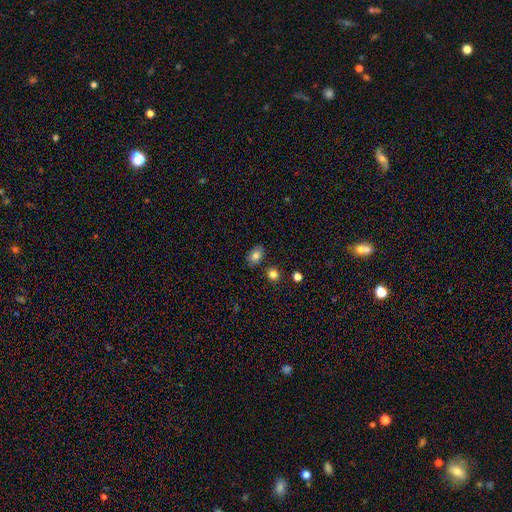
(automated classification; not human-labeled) smooth 82%, star or artifact 10%, featured or disk 8%. Down the decision tree: how rounded — in between (77%); merging — none (81%).